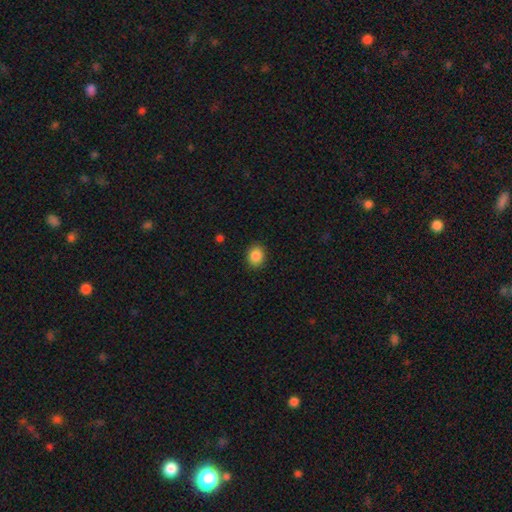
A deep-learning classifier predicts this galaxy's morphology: smooth-or-featured: smooth: 88% | star or artifact: 9% | featured or disk: 3%
  how-rounded: round: 59% | in between: 40% | cigar-shaped: 1%
  merging: none: 89% | minor disturbance: 8% | major disturbance: 2% | merger: 1%